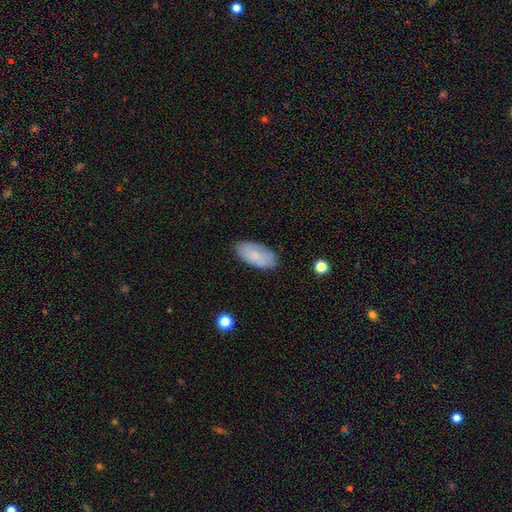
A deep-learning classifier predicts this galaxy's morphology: The model was most divided on "smooth or featured": smooth: 77%, featured or disk: 16%, star or artifact: 7%. More confident: how rounded — in between (94%); merging — none (85%).